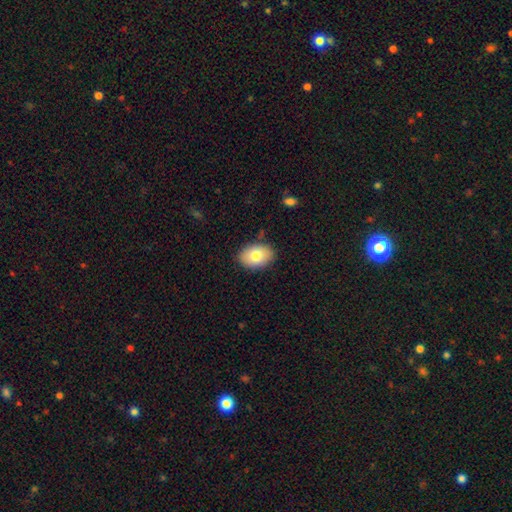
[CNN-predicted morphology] Smooth or featured: smooth — 77% (featured or disk — 15%)
How rounded: in between — 83% (round — 16%)
Merging: none — 86% (minor disturbance — 11%)